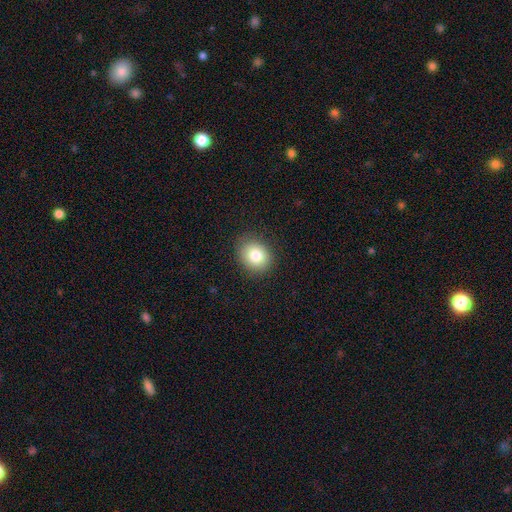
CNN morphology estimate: A smooth galaxy with no disk features (83%) that is round (61%). Merging: none (87%).